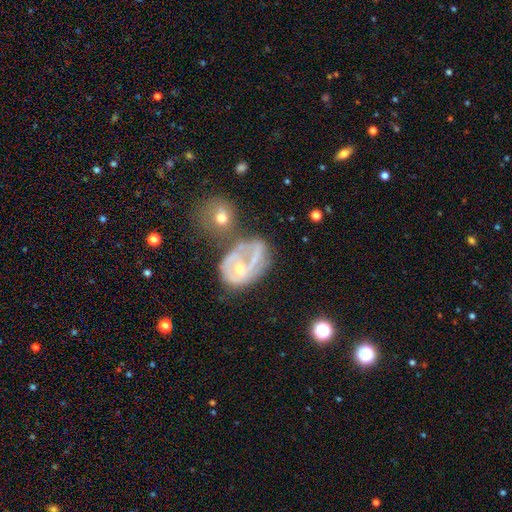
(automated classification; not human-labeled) smooth-or-featured: featured or disk: 67% | smooth: 23% | star or artifact: 10%
  disk-edge-on: no: 97% | yes: 3%
    bar: no: 62% | weak: 29% | strong: 10%
    has-spiral-arms: yes: 59% | no: 41%
    bulge-size: moderate: 49% | small: 39% | none: 7% | large: 3% | dominant: 2%
  merging: merger: 33% | major disturbance: 27% | none: 24% | minor disturbance: 16%